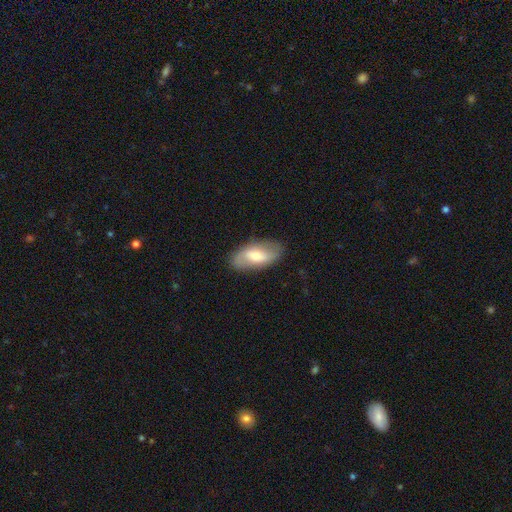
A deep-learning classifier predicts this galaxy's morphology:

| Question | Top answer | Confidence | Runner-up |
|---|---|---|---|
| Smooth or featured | smooth | 49% | featured or disk (45%) |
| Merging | none | 83% | minor disturbance (12%) |